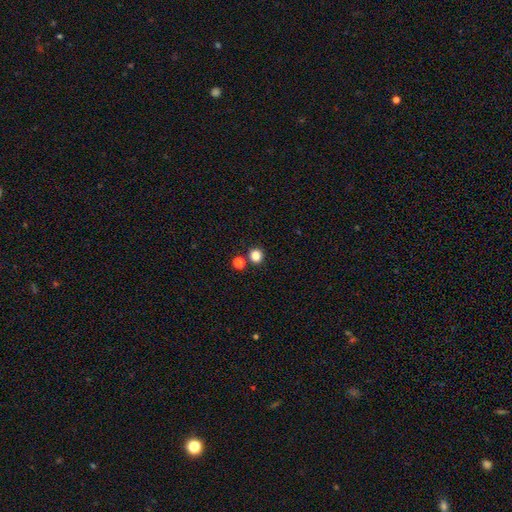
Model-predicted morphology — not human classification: Q: Smooth or featured?
A: smooth (84%); runner-up: star or artifact (13%)
Q: How rounded?
A: round (91%); runner-up: in between (8%)
Q: Merging?
A: none (81%); runner-up: merger (10%)